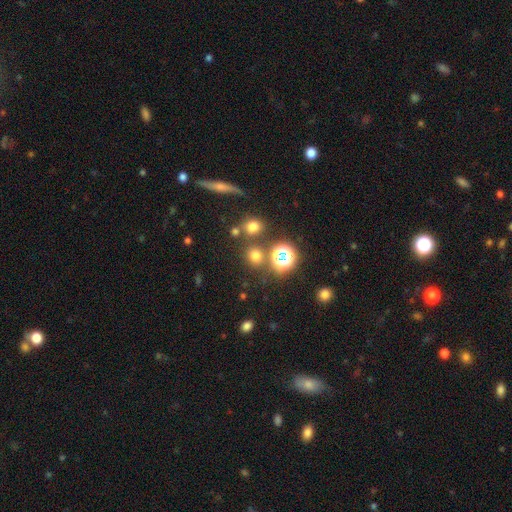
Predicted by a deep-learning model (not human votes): This is likely a smooth galaxy (64%). How rounded: clearly round (83%). Merging: likely none (77%).